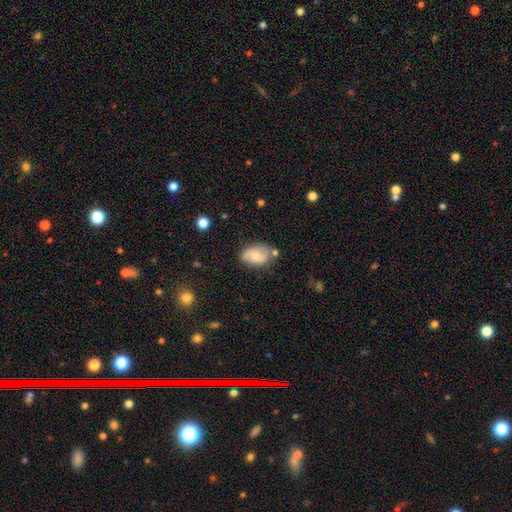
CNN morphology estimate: Overall: smooth (59%; featured or disk 34%). How rounded: in between (86%). Merging: none (66%).